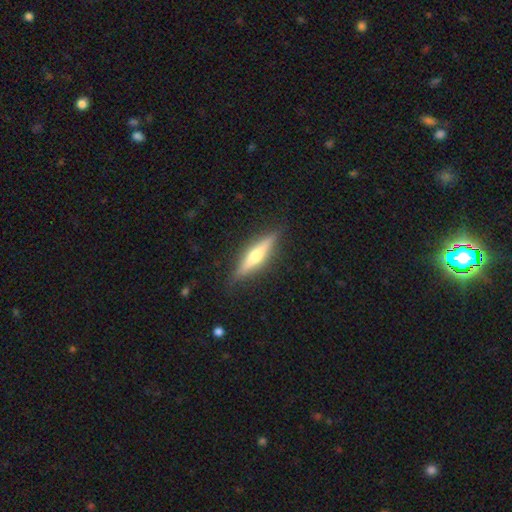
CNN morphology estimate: The model was most divided on "smooth or featured": featured or disk: 62%, smooth: 32%, star or artifact: 6%. More confident: edge-on disk — yes (96%); merging — none (88%); edge-on bulge — rounded (88%).